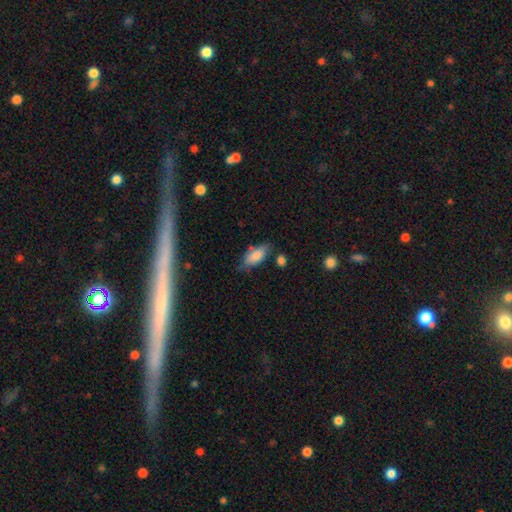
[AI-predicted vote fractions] Smooth or featured? smooth (82%)
How rounded? in between (86%)
Merging? none (61%)